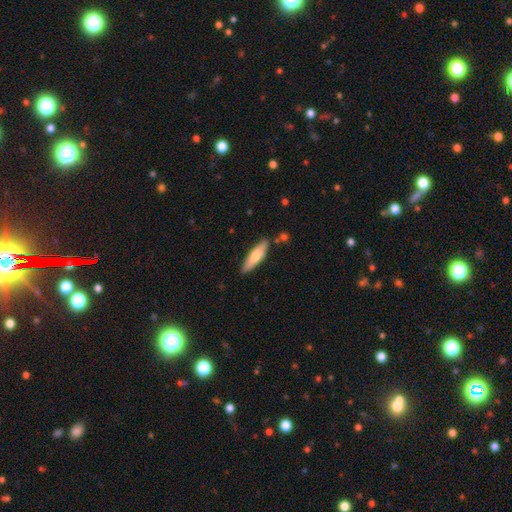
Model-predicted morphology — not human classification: This is likely a smooth galaxy (63%). How rounded: likely cigar-shaped (62%). Merging: clearly none (83%).